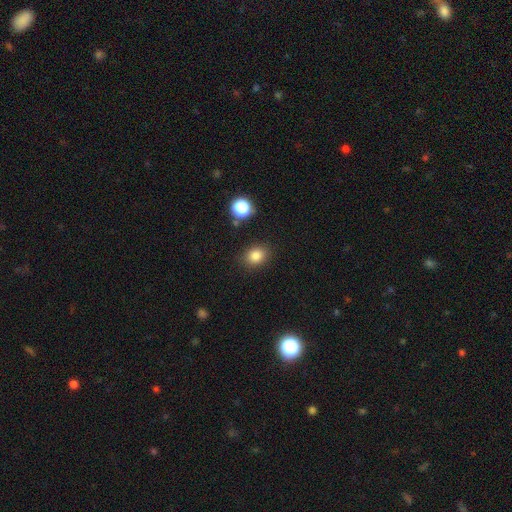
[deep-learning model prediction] Q: Smooth or featured?
A: smooth (83%); runner-up: star or artifact (12%)
Q: How rounded?
A: round (52%); runner-up: in between (47%)
Q: Merging?
A: none (85%); runner-up: minor disturbance (10%)